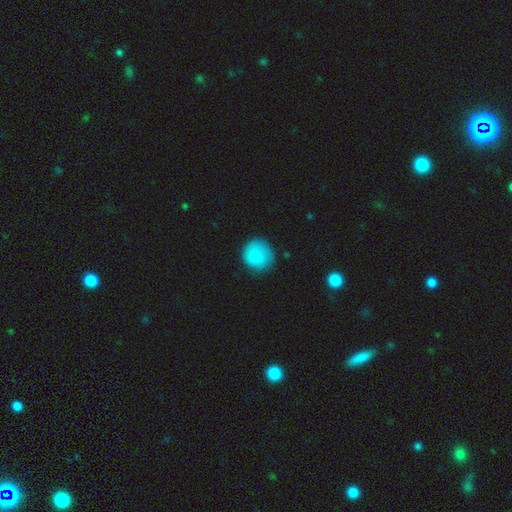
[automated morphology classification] type=smooth (85%); roundness=round (85%); merging=none (72%).